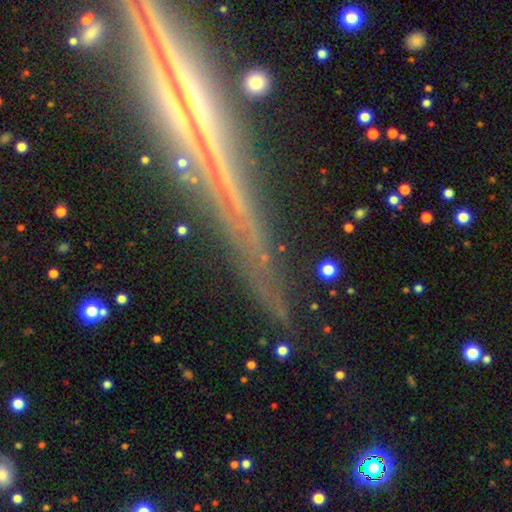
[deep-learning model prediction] star or artifact 50%, featured or disk 35%, smooth 16%.